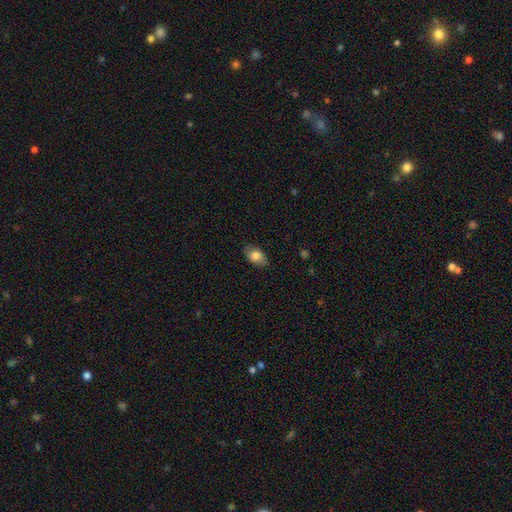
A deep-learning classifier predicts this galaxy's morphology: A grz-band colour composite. It shows a smooth galaxy with no disk features (82%) that is in between round and cigar-shaped (86%). Merging: none (82%).